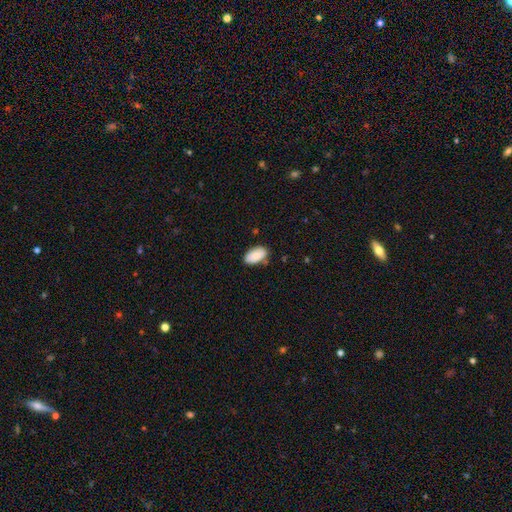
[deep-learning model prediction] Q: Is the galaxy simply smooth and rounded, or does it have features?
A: smooth — 86%.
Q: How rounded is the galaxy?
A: in between — 95%.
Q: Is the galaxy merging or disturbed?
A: none — 79%.